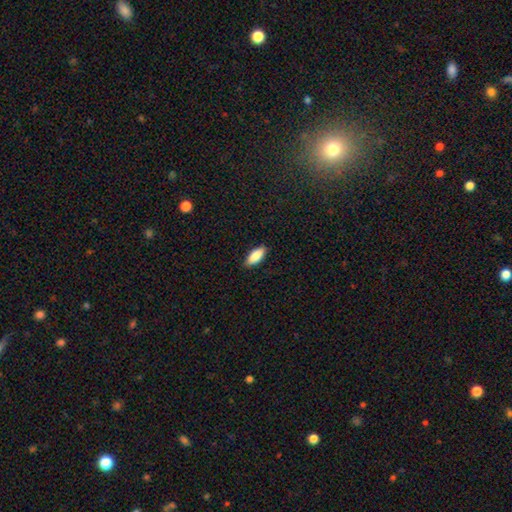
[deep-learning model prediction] smooth-or-featured: smooth: 87% | featured or disk: 7% | star or artifact: 6%
  how-rounded: in between: 79% | cigar-shaped: 19% | round: 2%
  merging: none: 87% | minor disturbance: 10% | major disturbance: 2% | merger: 1%